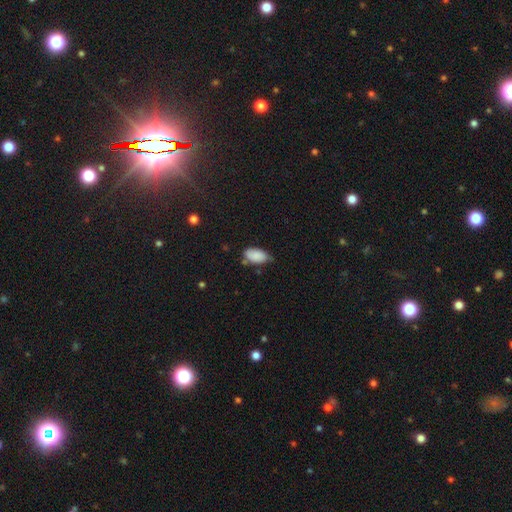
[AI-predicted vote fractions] Smooth or featured? smooth (86%)
How rounded? in between (94%)
Merging? none (56%)